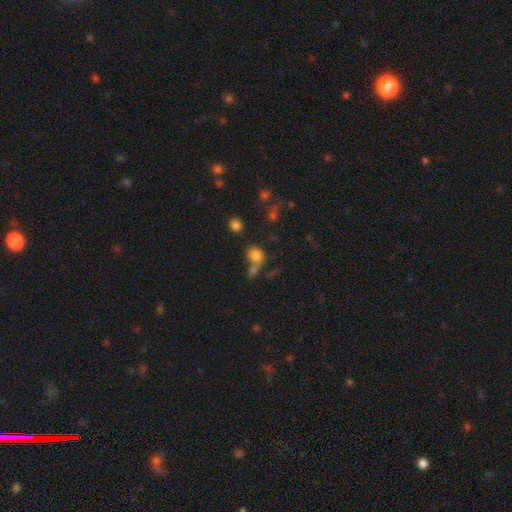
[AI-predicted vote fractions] Smooth or featured? Predicted: smooth (p=0.76). How rounded? Predicted: round (p=0.59). Merging? Predicted: merger (p=0.39).